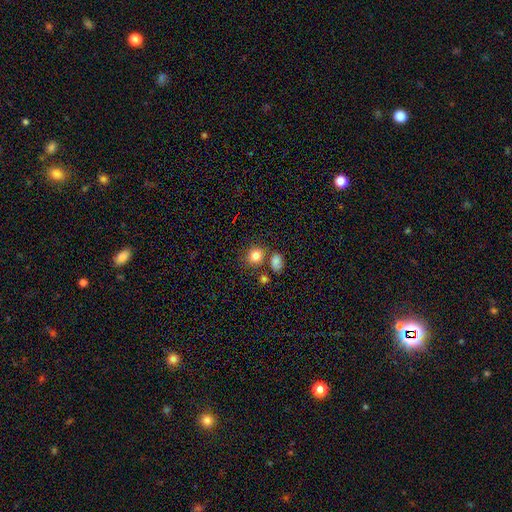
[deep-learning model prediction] Smooth or featured? smooth (82%)
How rounded? round (76%)
Merging? none (70%)